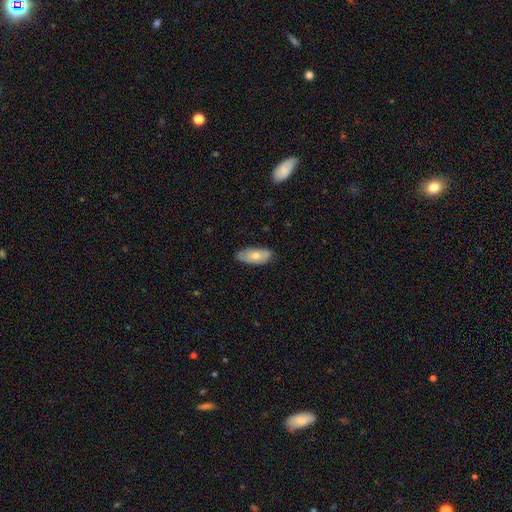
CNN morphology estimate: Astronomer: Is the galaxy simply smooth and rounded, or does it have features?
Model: smooth — 66%.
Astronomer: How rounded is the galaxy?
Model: in between — 89%.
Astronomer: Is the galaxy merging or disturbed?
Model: none — 74%.